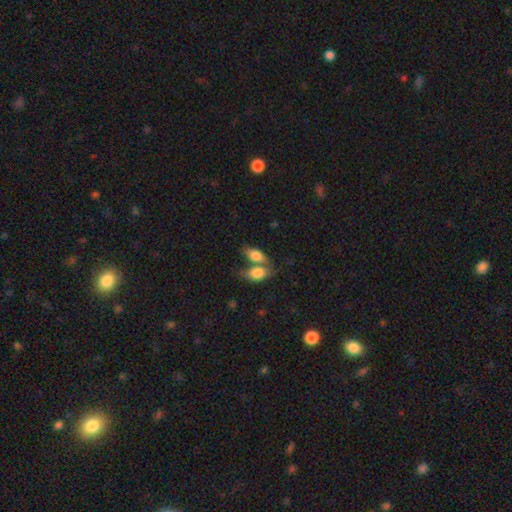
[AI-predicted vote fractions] smooth_or_featured: smooth (p=0.79) [alt: featured or disk p=0.13]
how_rounded: in between (p=0.87) [alt: round p=0.08]
merging: merger (p=0.54) [alt: none p=0.30]